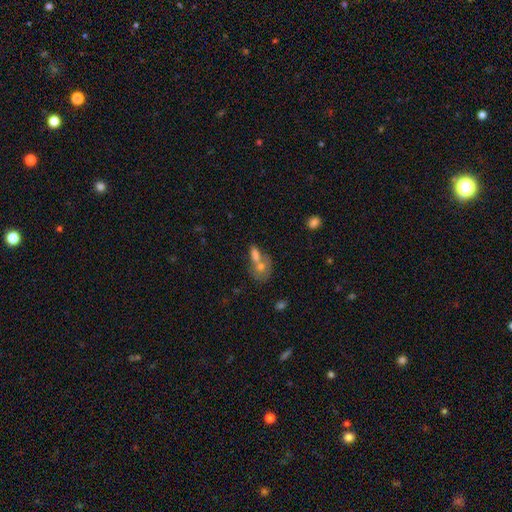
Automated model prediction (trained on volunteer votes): Smooth or featured? smooth (72%)
How rounded? in between (71%)
Merging? merger (58%)